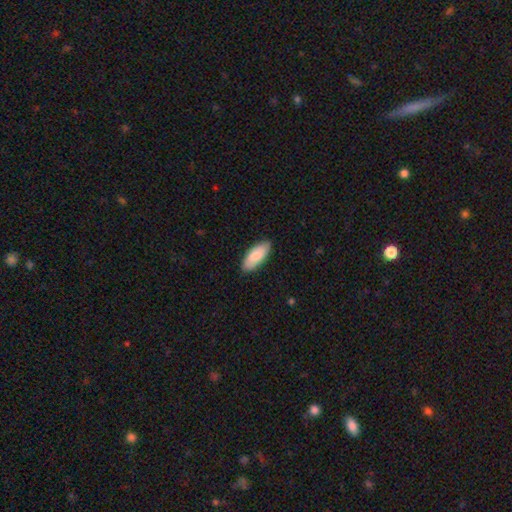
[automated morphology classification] This is clearly a smooth galaxy (82%). How rounded: clearly in between (83%). Merging: clearly none (87%).